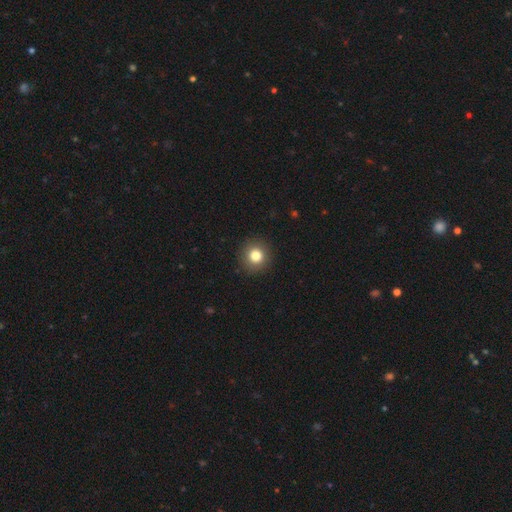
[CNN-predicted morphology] Smooth or featured?
  - smooth: 81% *
  - star or artifact: 11%
  - featured or disk: 8%
How rounded?
  - round: 93% *
  - in between: 6%
  - cigar-shaped: 1%
Merging?
  - none: 91% *
  - minor disturbance: 6%
  - major disturbance: 2%
  - merger: 1%